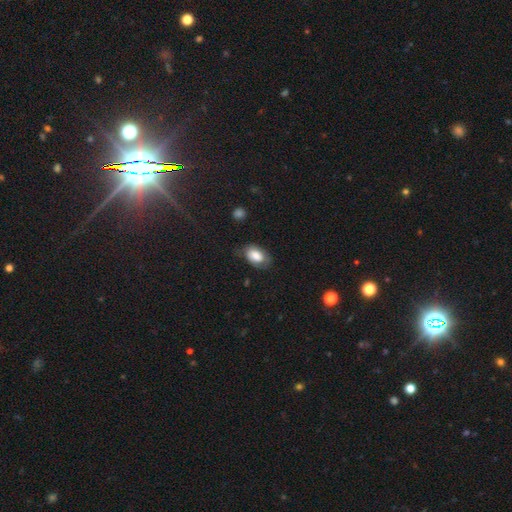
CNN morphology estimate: This appears to be a smooth galaxy with no disk features (77%) that is in between round and cigar-shaped (90%). Merging: none (63%).